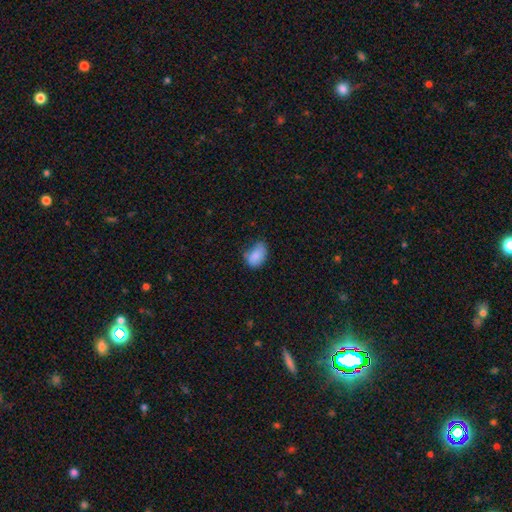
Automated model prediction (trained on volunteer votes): A smooth galaxy with no disk features (84%) that is in between round and cigar-shaped (84%). Merging: none (50%).